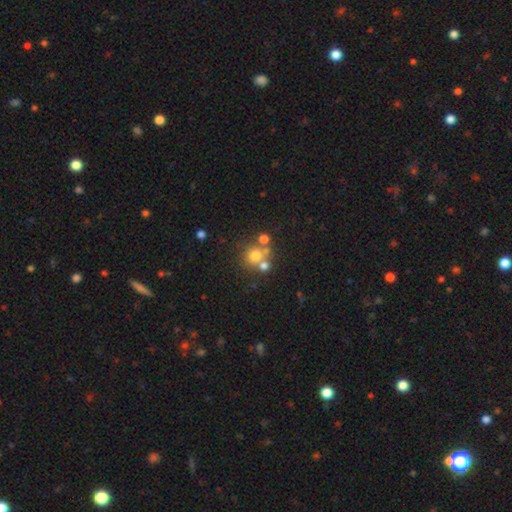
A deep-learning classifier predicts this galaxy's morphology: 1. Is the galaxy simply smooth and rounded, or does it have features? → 67% smooth, 17% star or artifact, 16% featured or disk.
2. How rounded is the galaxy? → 88% round, 11% in between, 1% cigar-shaped.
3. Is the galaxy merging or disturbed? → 57% none, 29% merger, 9% minor disturbance, 5% major disturbance.